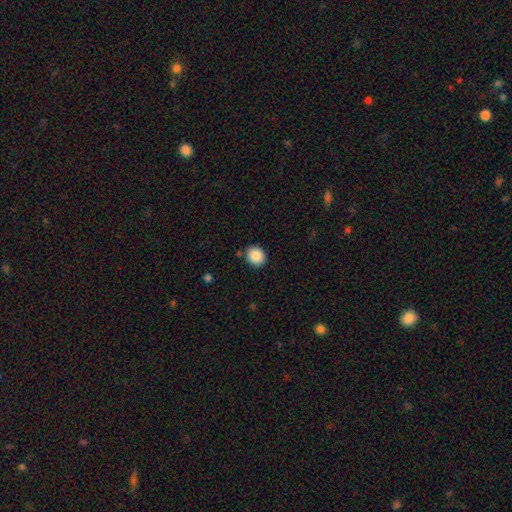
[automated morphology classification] type=smooth (88%); roundness=round (70%); merging=none (86%).